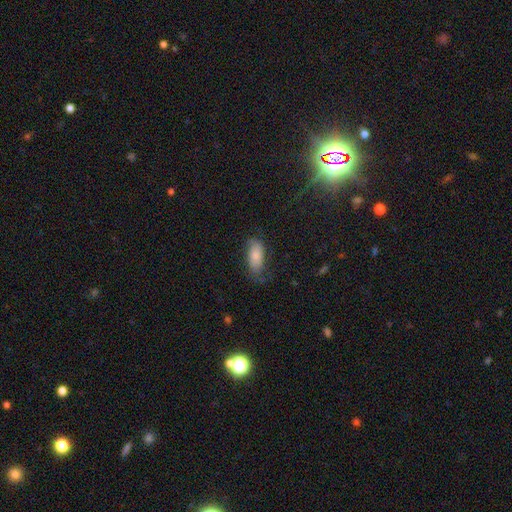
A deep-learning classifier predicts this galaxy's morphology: The model was most divided on "merging": none: 57%, minor disturbance: 27%, major disturbance: 14%, merger: 2%. More confident: how rounded — in between (89%); smooth or featured — smooth (68%).